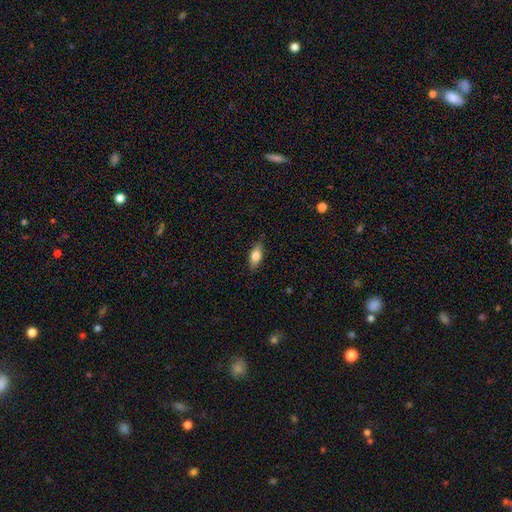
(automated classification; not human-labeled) This appears to be a smooth galaxy with no disk features (78%) that is in between round and cigar-shaped (84%). Merging: none (85%).